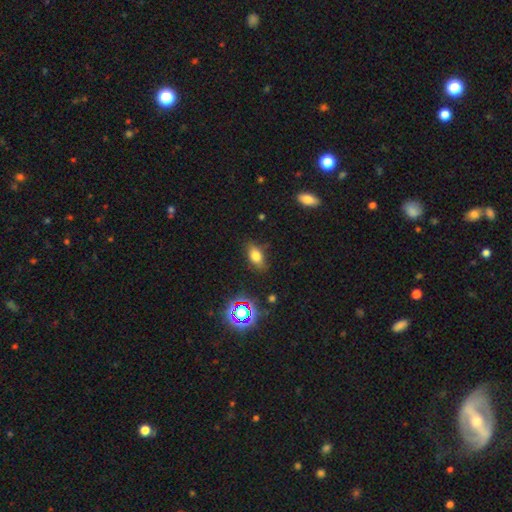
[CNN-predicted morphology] Smooth or featured: smooth — 72% (star or artifact — 16%)
How rounded: in between — 84% (round — 10%)
Merging: none — 80% (minor disturbance — 14%)